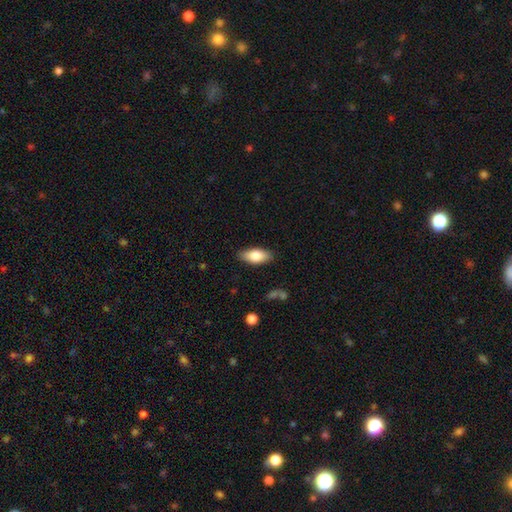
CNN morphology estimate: The model was most divided on "smooth or featured": smooth: 80%, featured or disk: 14%, star or artifact: 6%. More confident: merging — none (87%); how rounded — in between (86%).